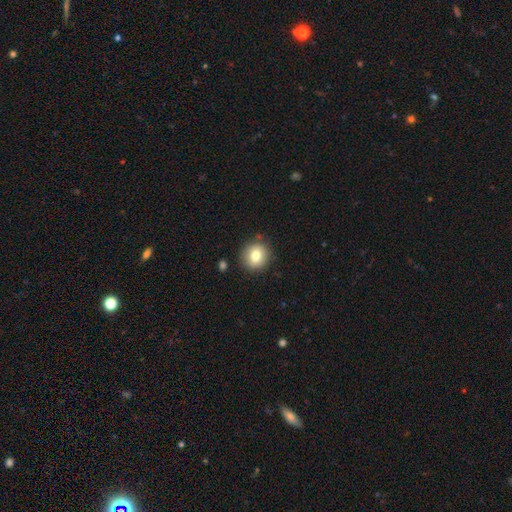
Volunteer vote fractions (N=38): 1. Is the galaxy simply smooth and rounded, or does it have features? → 79% smooth, 13% featured or disk, 8% star or artifact.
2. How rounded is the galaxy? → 90% round, 7% in between, 3% cigar-shaped.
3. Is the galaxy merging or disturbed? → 89% none, 6% minor disturbance, 3% major disturbance, 3% merger.